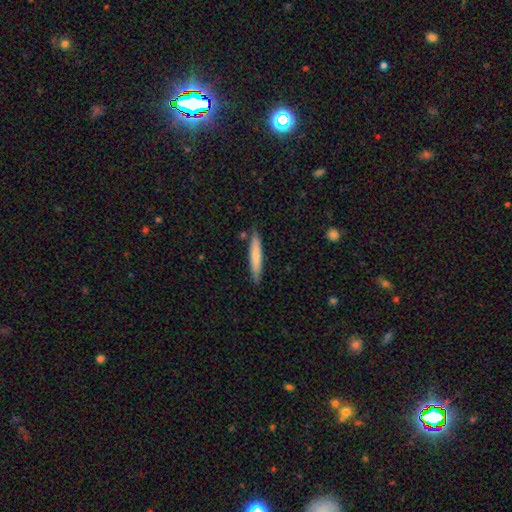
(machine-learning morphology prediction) The model was most divided on "smooth or featured": smooth: 70%, featured or disk: 25%, star or artifact: 5%. More confident: how rounded — cigar-shaped (92%); merging — none (85%).